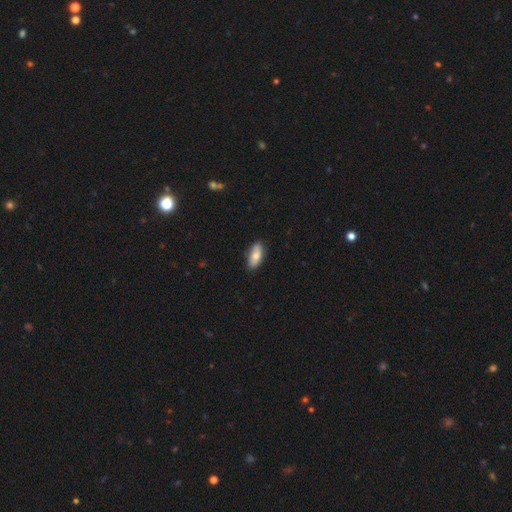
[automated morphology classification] smooth_or_featured: smooth (p=0.76) [alt: featured or disk p=0.18]
how_rounded: in between (p=0.85) [alt: cigar-shaped p=0.12]
merging: none (p=0.82) [alt: minor disturbance p=0.15]